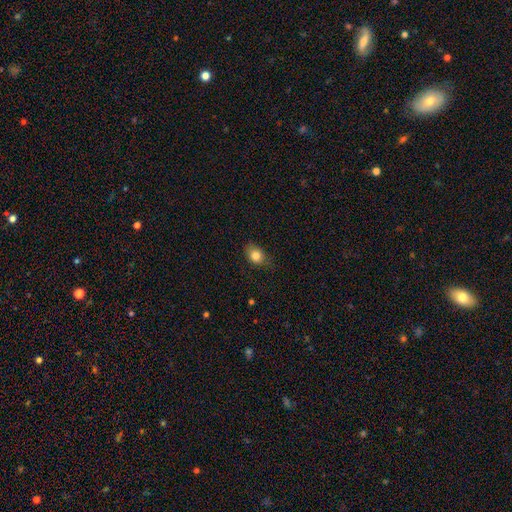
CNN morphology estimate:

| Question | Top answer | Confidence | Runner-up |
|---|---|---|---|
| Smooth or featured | smooth | 82% | star or artifact (9%) |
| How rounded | in between | 66% | round (33%) |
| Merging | none | 72% | minor disturbance (22%) |